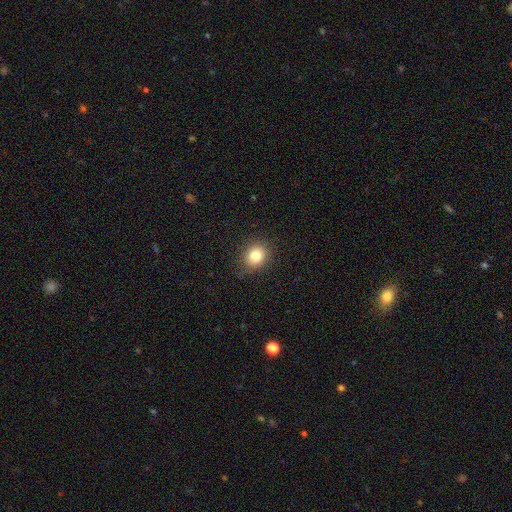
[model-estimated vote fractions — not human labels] Q: Smooth or featured?
A: smooth (83%); runner-up: star or artifact (11%)
Q: How rounded?
A: round (70%); runner-up: in between (29%)
Q: Merging?
A: none (85%); runner-up: minor disturbance (11%)